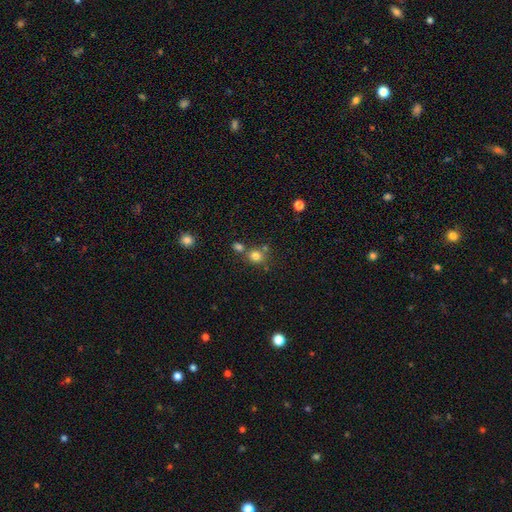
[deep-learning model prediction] A smooth galaxy with no disk features (77%) that is round (79%). Merging: none (60%).